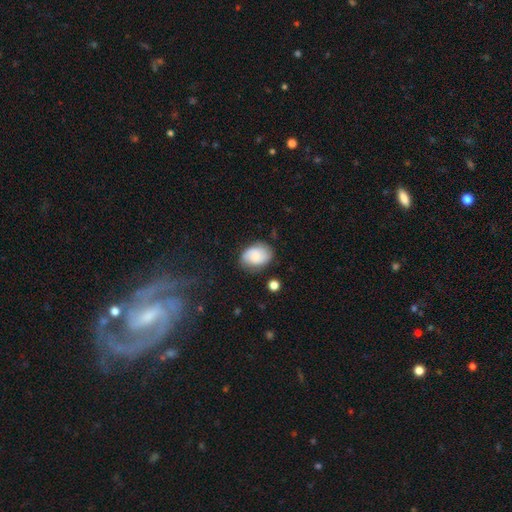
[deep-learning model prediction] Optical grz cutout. It shows a smooth galaxy with no disk features (56%) that is in between round and cigar-shaped (69%). Merging: none (71%).